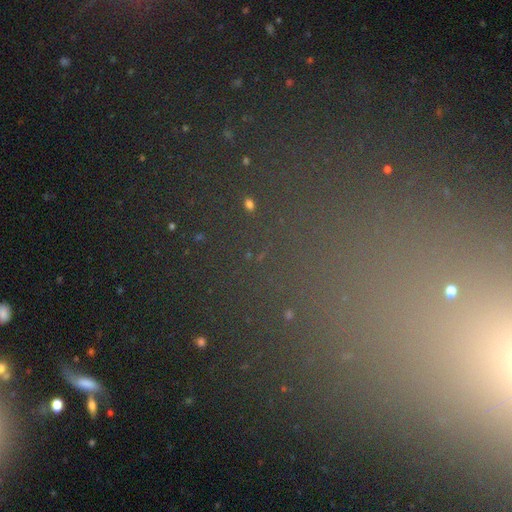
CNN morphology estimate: Q: Smooth or featured?
A: star or artifact (71%); runner-up: smooth (18%)